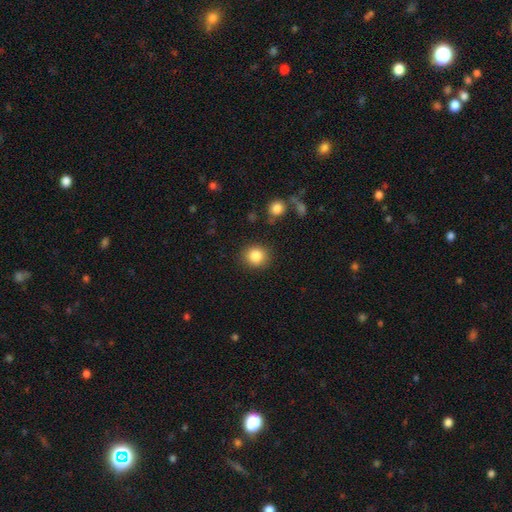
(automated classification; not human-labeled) A smooth galaxy with no disk features (86%) that is round (86%).

Vote fractions:
- Smooth or featured? smooth: 86% / star or artifact: 10% / featured or disk: 4%
- How rounded? round: 86% / in between: 13% / cigar-shaped: 1%
- Merging? none: 88% / minor disturbance: 8% / major disturbance: 3% / merger: 2%